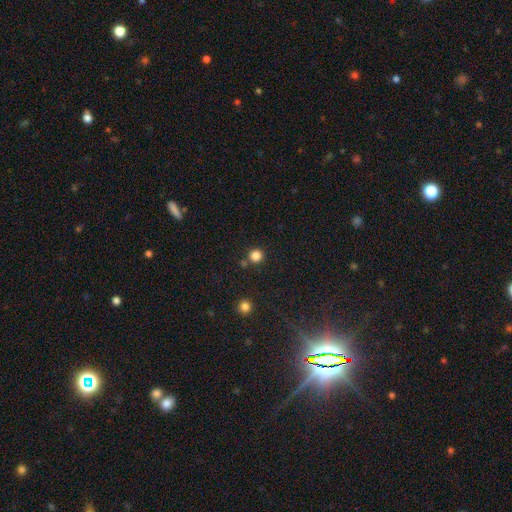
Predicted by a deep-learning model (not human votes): Overall: smooth (83%). How rounded: round (94%). Merging: none (83%).